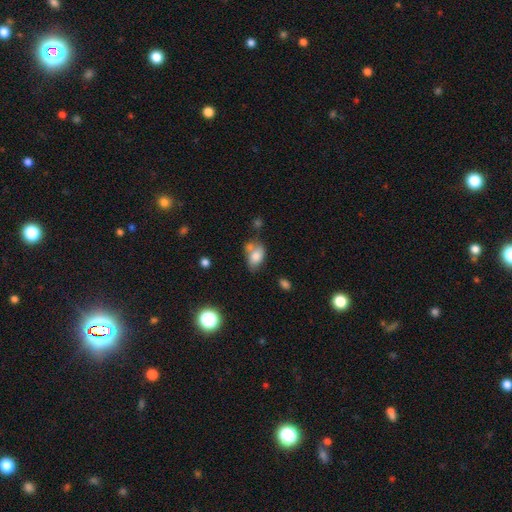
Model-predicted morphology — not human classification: smooth 75%, featured or disk 15%, star or artifact 10%. Down the decision tree: how rounded — in between (86%); merging — none (39%).